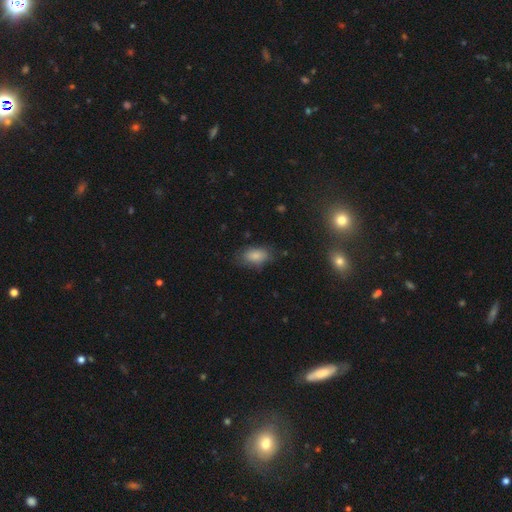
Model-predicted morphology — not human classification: type=smooth (82%); roundness=in between (90%); merging=none (70%).